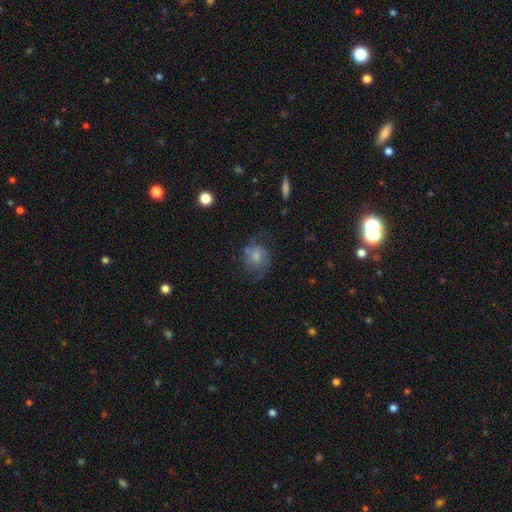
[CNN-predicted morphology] Smooth or featured? Predicted: smooth (p=0.59). How rounded? Predicted: round (p=0.75). Merging? Predicted: none (p=0.51).